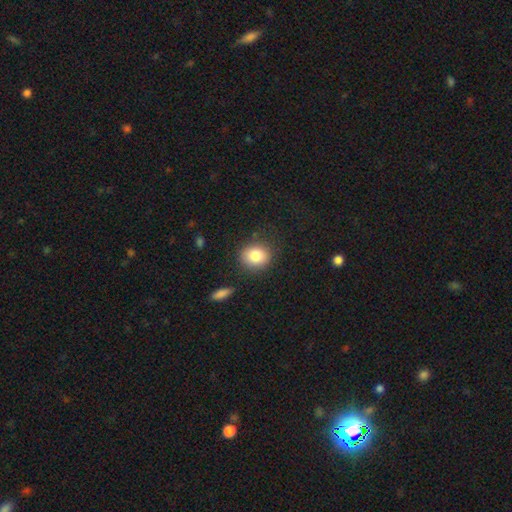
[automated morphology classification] A smooth galaxy with no disk features (83%) that is round (68%). Merging: none (83%).